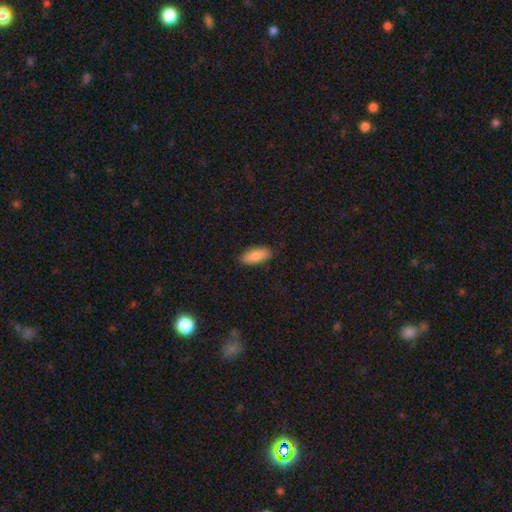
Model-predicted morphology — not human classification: This appears to be a smooth galaxy with no disk features (88%) that is in between round and cigar-shaped (81%). Merging: none (88%).